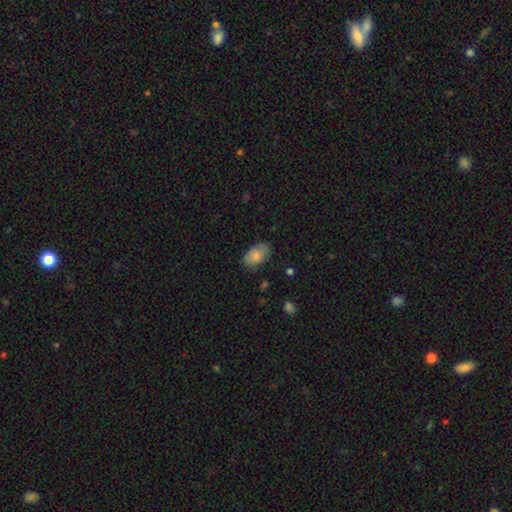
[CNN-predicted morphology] This appears to be a smooth galaxy with no disk features (83%) that is in between round and cigar-shaped (92%). Merging: none (77%).